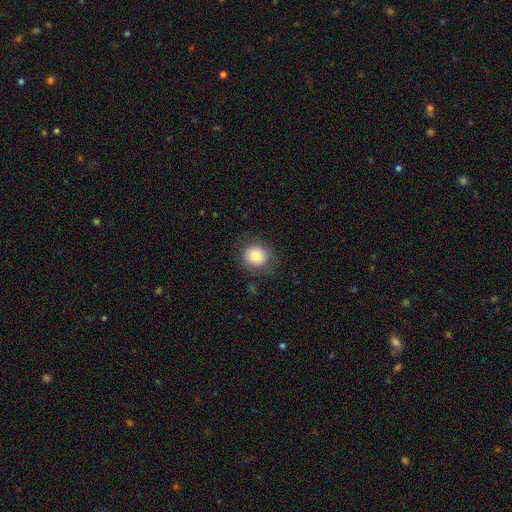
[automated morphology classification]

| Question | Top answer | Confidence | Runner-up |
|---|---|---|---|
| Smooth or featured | smooth | 79% | featured or disk (12%) |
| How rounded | round | 82% | in between (17%) |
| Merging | none | 78% | minor disturbance (15%) |